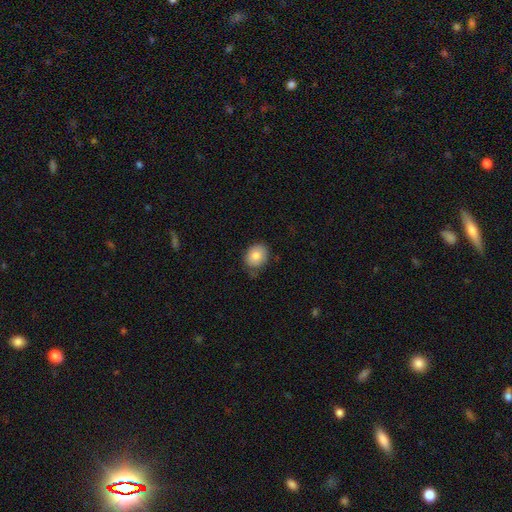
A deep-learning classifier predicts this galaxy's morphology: Smooth or featured: smooth — 82% (featured or disk — 9%)
How rounded: round — 54% (in between — 45%)
Merging: none — 69% (minor disturbance — 24%)